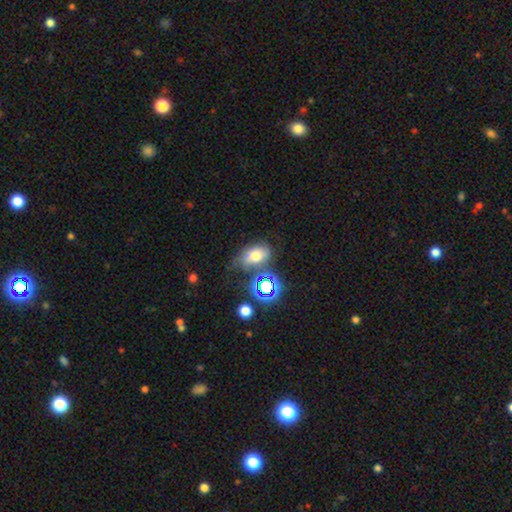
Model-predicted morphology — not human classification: This appears to be a smooth galaxy with no disk features (57%) that is in between round and cigar-shaped (78%). Merging: none (48%).